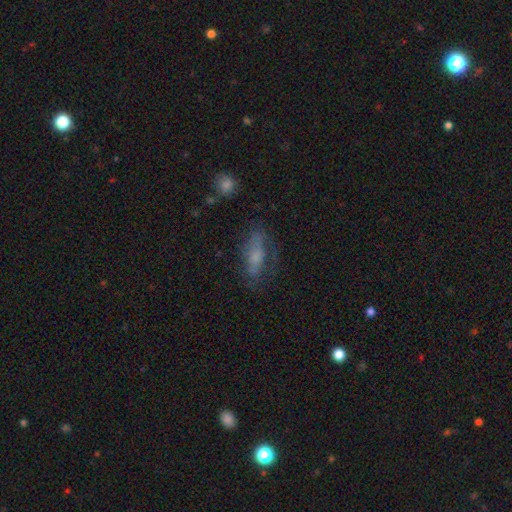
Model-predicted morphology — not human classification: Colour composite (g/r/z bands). It shows a smooth galaxy with no disk features (49%). Merging: none (57%).